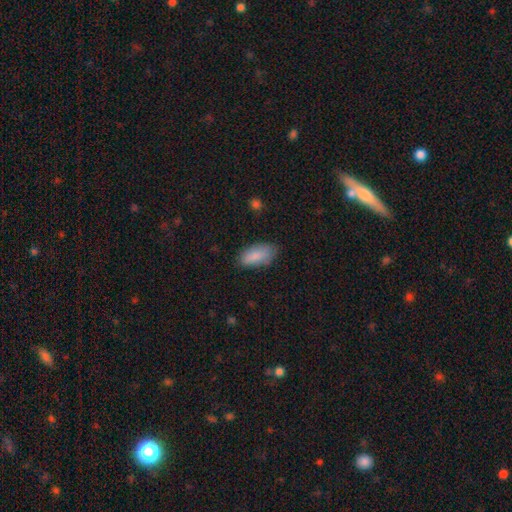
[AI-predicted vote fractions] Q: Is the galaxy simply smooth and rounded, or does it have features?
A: smooth — 86%.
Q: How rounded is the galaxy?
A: in between — 88%.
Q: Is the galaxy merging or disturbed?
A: none — 72%.